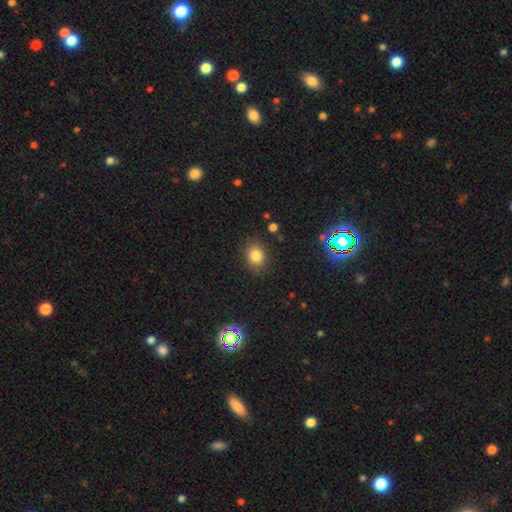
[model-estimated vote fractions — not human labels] Smooth or featured? Predicted: smooth (p=0.80). How rounded? Predicted: in between (p=0.53). Merging? Predicted: none (p=0.86).